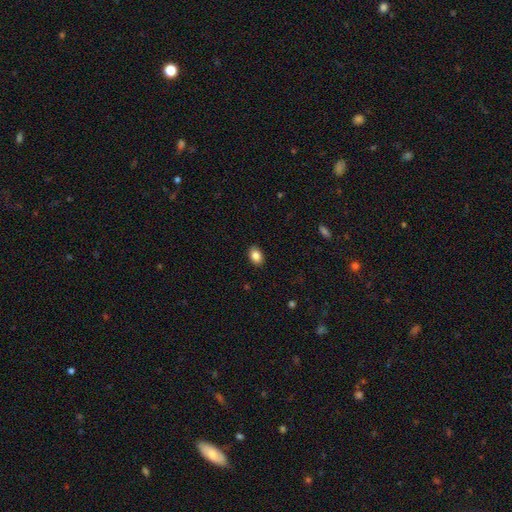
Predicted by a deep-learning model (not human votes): Q: Smooth or featured?
A: smooth (85%); runner-up: star or artifact (8%)
Q: How rounded?
A: in between (82%); runner-up: round (17%)
Q: Merging?
A: none (90%); runner-up: minor disturbance (8%)